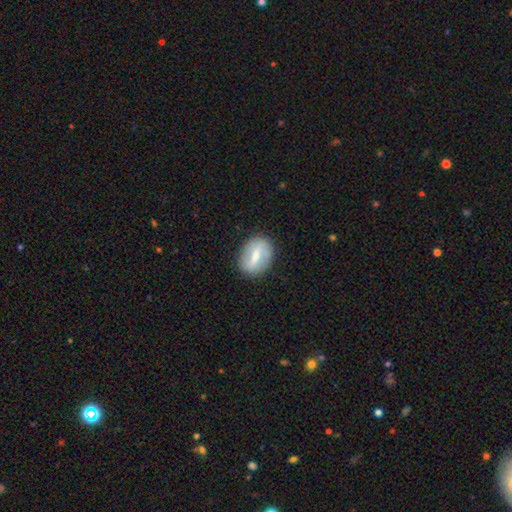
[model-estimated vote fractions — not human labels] Morphology: type=featured or disk (50%); edge-on=no (92%); merging=none (83%).